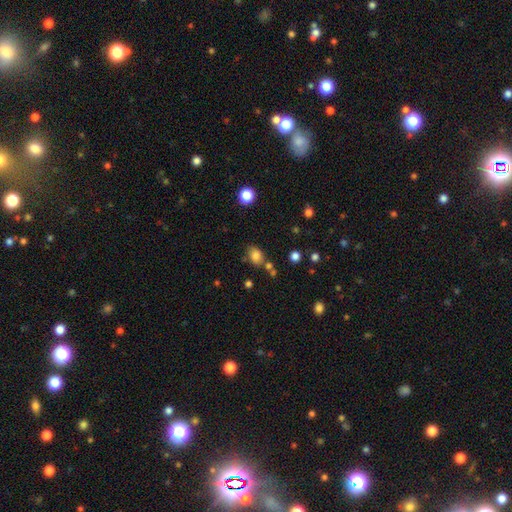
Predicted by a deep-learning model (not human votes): A smooth galaxy with no disk features (80%) that is in between round and cigar-shaped (62%). Merging: none (66%).